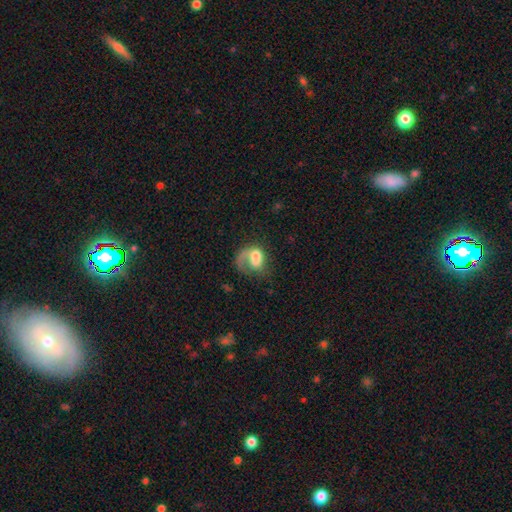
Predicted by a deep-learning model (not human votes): Smooth or featured: featured or disk — 49% (smooth — 42%)
Merging: major disturbance — 47% (none — 31%)